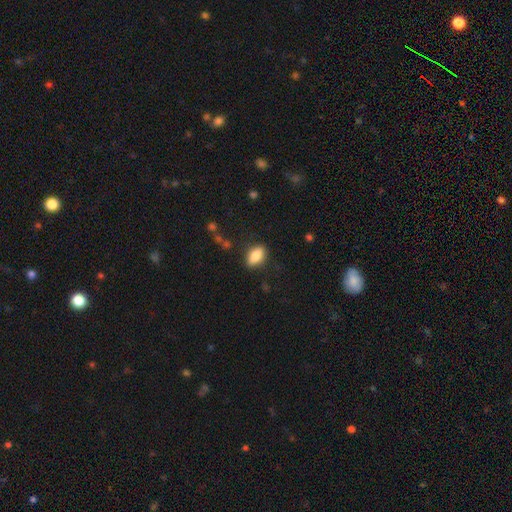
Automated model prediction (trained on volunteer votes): This appears to be a smooth galaxy with no disk features (85%) that is in between round and cigar-shaped (88%). Merging: none (84%).